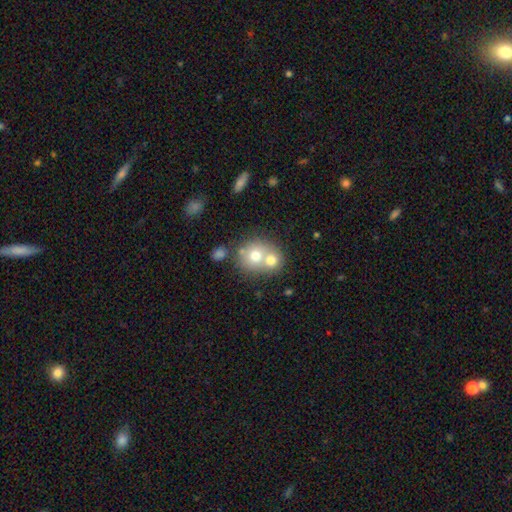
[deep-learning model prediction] Smooth or featured? smooth (66%)
How rounded? round (77%)
Merging? merger (58%)